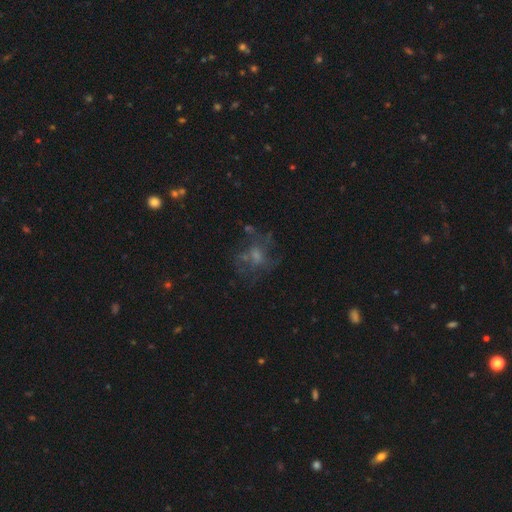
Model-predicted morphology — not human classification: This appears to be a featured or disk galaxy (50%). Merging: none (49%).